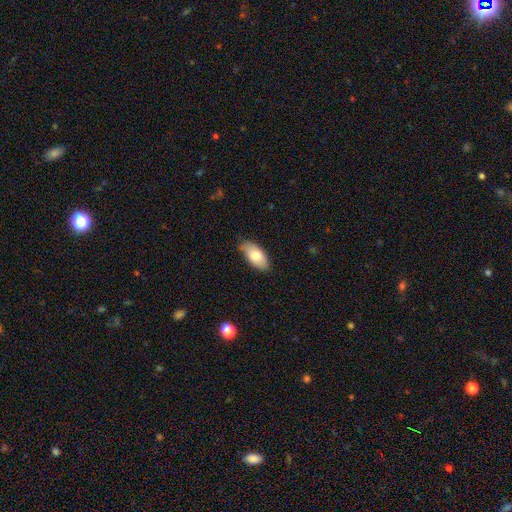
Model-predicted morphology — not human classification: Smooth or featured? Predicted: smooth (p=0.78). How rounded? Predicted: in between (p=0.92). Merging? Predicted: none (p=0.75).